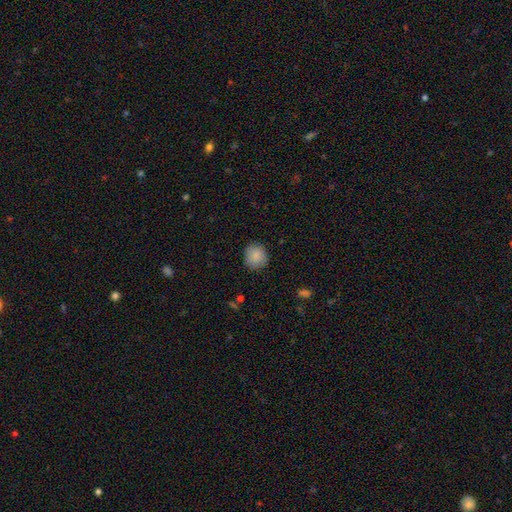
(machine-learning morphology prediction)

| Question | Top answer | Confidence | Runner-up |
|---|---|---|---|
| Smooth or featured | smooth | 87% | star or artifact (8%) |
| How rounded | round | 88% | in between (11%) |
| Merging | none | 87% | minor disturbance (10%) |